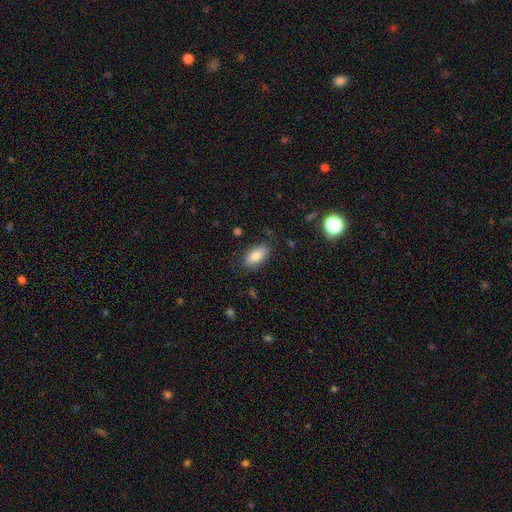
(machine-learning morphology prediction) Smooth or featured: smooth — 82% (featured or disk — 10%)
How rounded: in between — 91% (cigar-shaped — 6%)
Merging: none — 83% (minor disturbance — 12%)